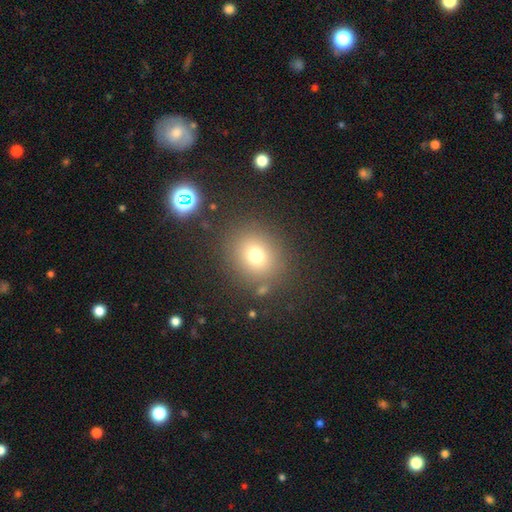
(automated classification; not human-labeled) Morphology: type=smooth (73%); roundness=round (79%); merging=none (83%).